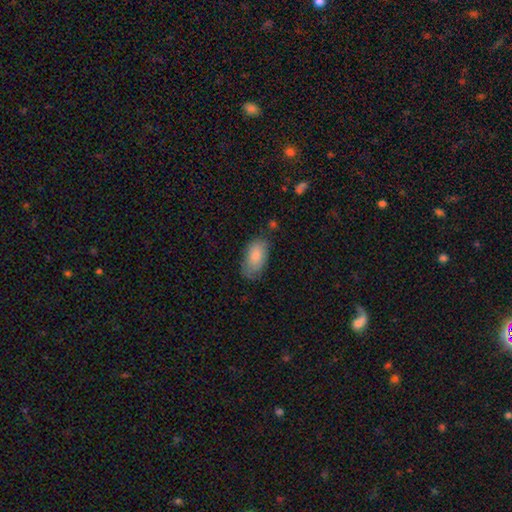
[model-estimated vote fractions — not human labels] smooth_or_featured: smooth (p=0.82) [alt: featured or disk p=0.12]
how_rounded: in between (p=0.94) [alt: round p=0.03]
merging: none (p=0.66) [alt: minor disturbance p=0.25]